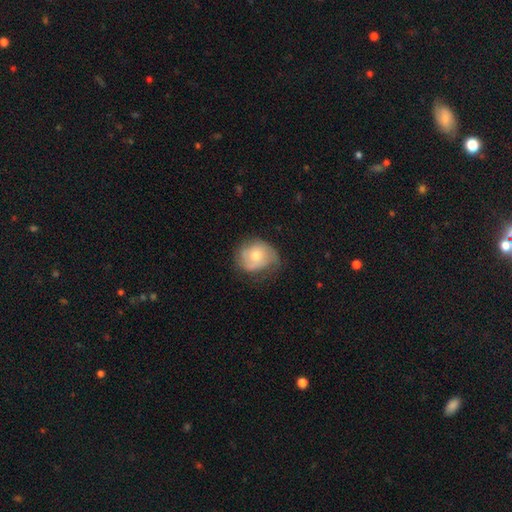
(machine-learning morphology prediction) A featured or disk galaxy (46%, tied with smooth). Merging: none (56%).